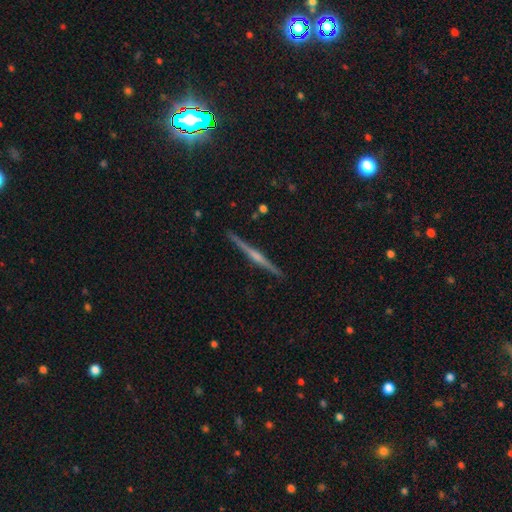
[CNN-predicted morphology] Q: Smooth or featured?
A: featured or disk (79%); runner-up: smooth (15%)
Q: Edge-on disk?
A: yes (99%); runner-up: no (1%)
Q: Edge-on bulge?
A: rounded (67%); runner-up: none (20%)
Q: Merging?
A: none (92%); runner-up: minor disturbance (6%)